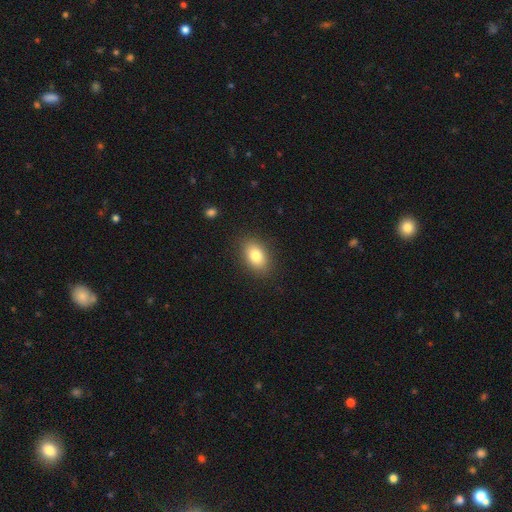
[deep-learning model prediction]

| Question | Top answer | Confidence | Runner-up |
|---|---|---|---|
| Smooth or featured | smooth | 82% | featured or disk (10%) |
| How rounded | in between | 84% | round (15%) |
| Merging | none | 88% | minor disturbance (9%) |